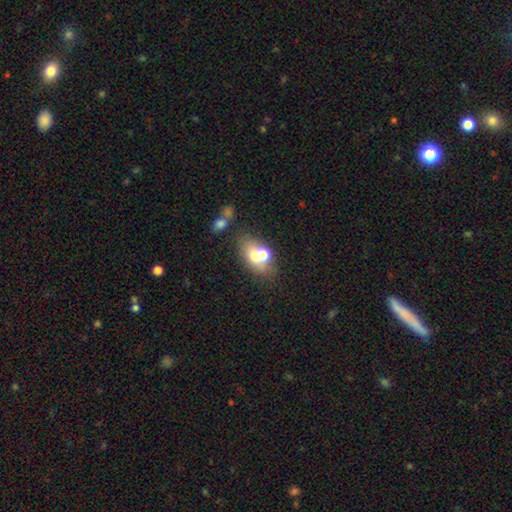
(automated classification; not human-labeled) Morphology: type=smooth (61%); roundness=in between (73%); merging=none (43%).